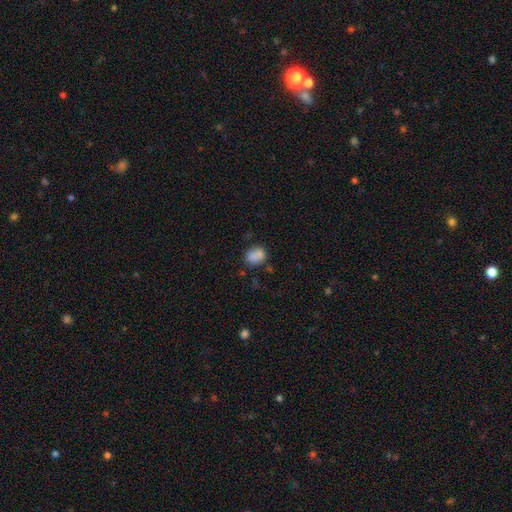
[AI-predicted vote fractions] Smooth or featured: smooth — 80% (featured or disk — 10%)
How rounded: in between — 50% (round — 49%)
Merging: none — 55% (merger — 21%)